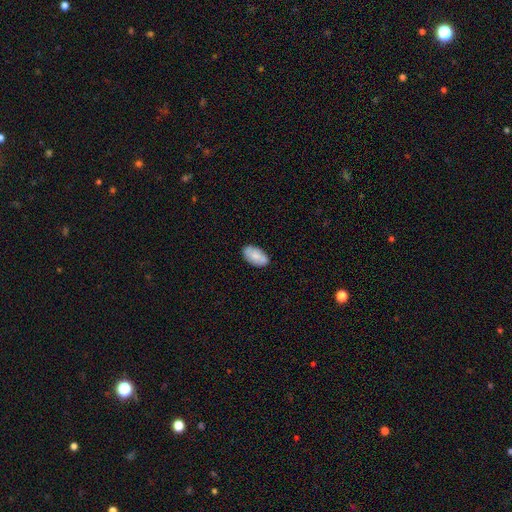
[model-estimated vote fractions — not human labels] smooth 82%, featured or disk 11%, star or artifact 6%. Down the decision tree: how rounded — in between (94%); merging — none (84%).